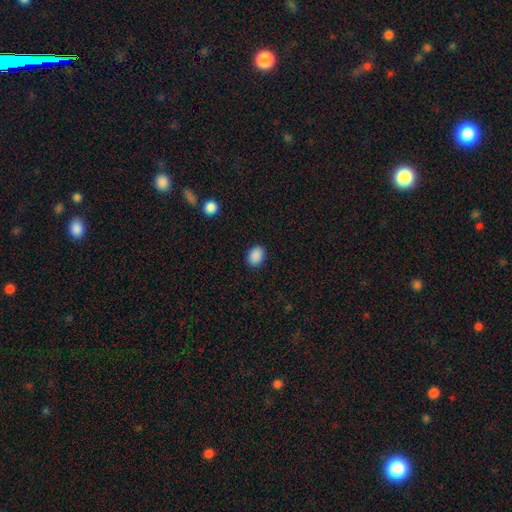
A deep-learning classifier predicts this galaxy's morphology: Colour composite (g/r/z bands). It shows a smooth galaxy with no disk features (89%) that is in between round and cigar-shaped (63%). Merging: none (88%).